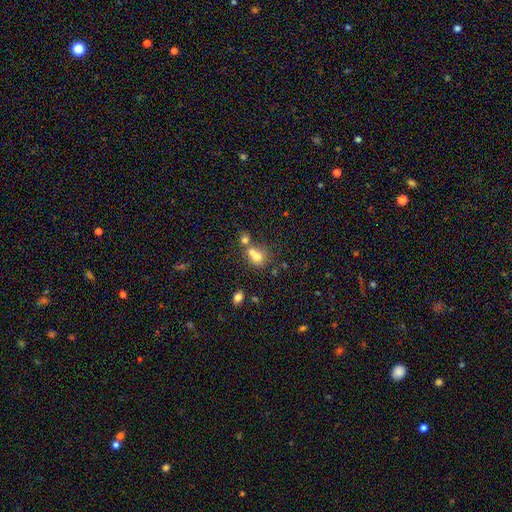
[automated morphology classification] type=smooth (68%); roundness=round (69%); merging=merger (59%).